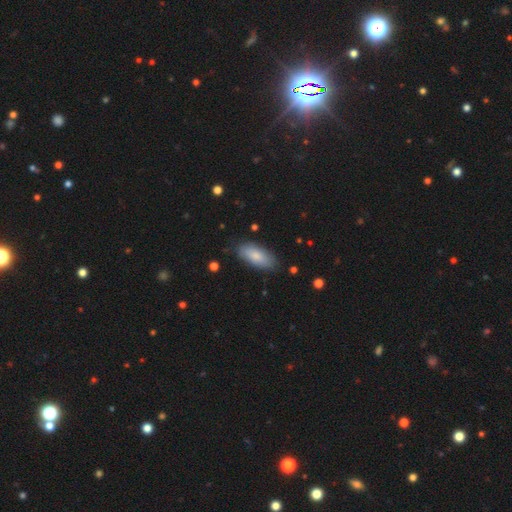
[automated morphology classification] smooth 80%, featured or disk 14%, star or artifact 6%. Down the decision tree: how rounded — in between (86%); merging — none (79%).